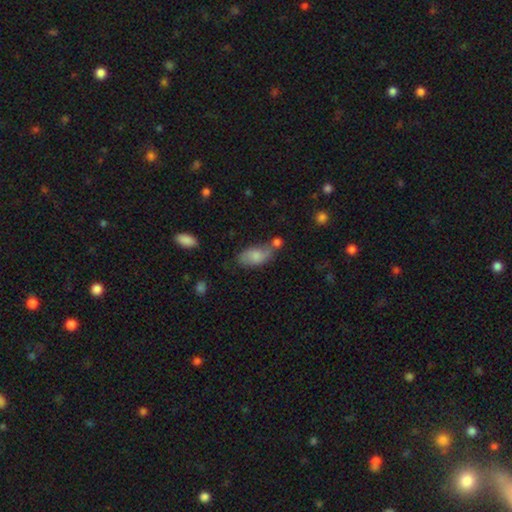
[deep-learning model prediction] Smooth or featured: smooth — 74% (featured or disk — 18%)
How rounded: in between — 91% (cigar-shaped — 5%)
Merging: none — 45% (minor disturbance — 25%)